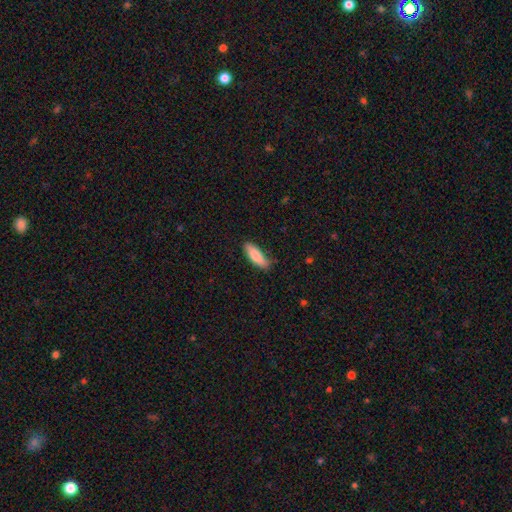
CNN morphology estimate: smooth-or-featured: smooth: 84% | featured or disk: 11% | star or artifact: 6%
  how-rounded: in between: 59% | cigar-shaped: 39% | round: 2%
  merging: none: 77% | minor disturbance: 18% | major disturbance: 3% | merger: 1%